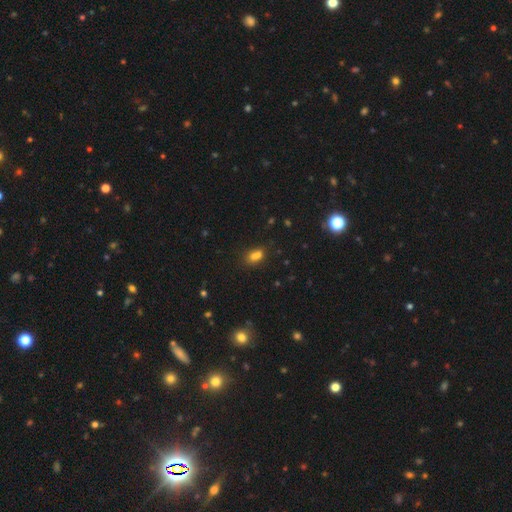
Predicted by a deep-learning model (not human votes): This appears to be a smooth galaxy with no disk features (68%) that is in between round and cigar-shaped (58%). Merging: merger (47%).